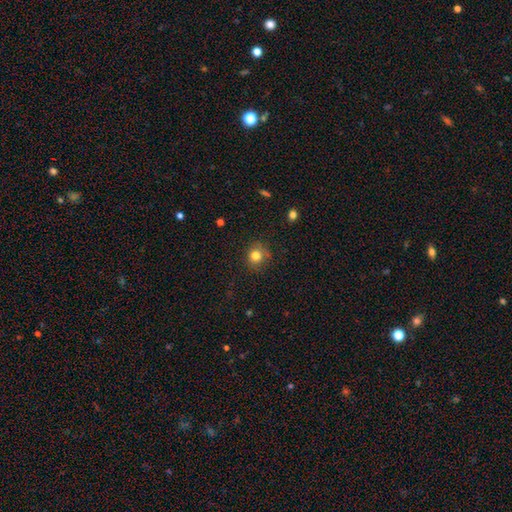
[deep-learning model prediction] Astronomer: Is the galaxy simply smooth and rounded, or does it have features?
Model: smooth — 80%.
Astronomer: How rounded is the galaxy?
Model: round — 87%.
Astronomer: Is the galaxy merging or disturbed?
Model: none — 82%.